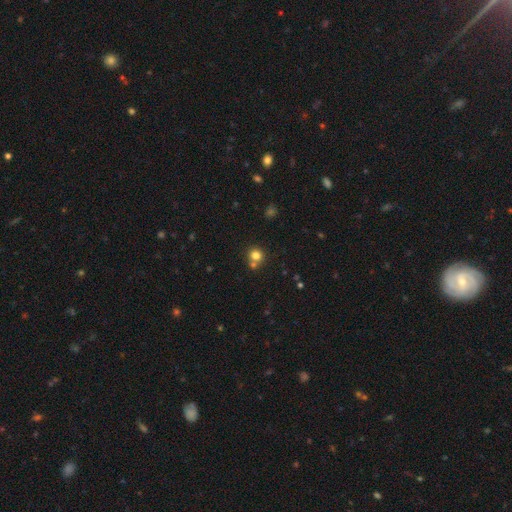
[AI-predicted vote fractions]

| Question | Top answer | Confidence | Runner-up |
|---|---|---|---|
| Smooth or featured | smooth | 79% | star or artifact (14%) |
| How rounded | round | 89% | in between (10%) |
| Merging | none | 63% | merger (26%) |